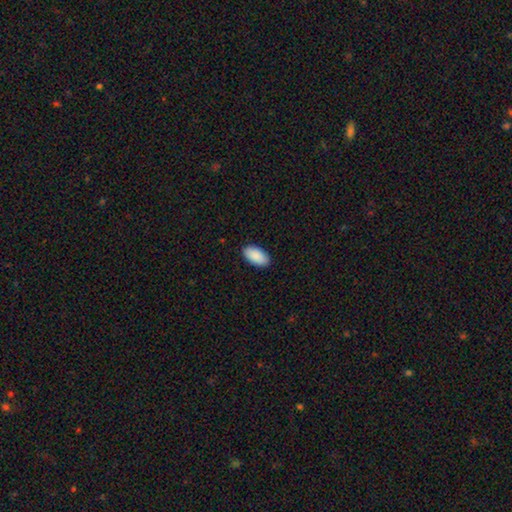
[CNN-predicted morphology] Smooth or featured? smooth (91%)
How rounded? in between (96%)
Merging? none (90%)